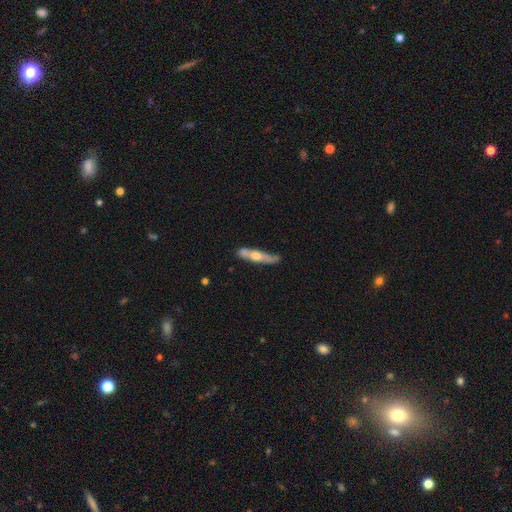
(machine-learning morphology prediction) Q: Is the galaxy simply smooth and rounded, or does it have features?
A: featured or disk — 54%.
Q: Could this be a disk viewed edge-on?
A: yes — 79%.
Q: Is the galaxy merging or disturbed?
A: none — 63%.